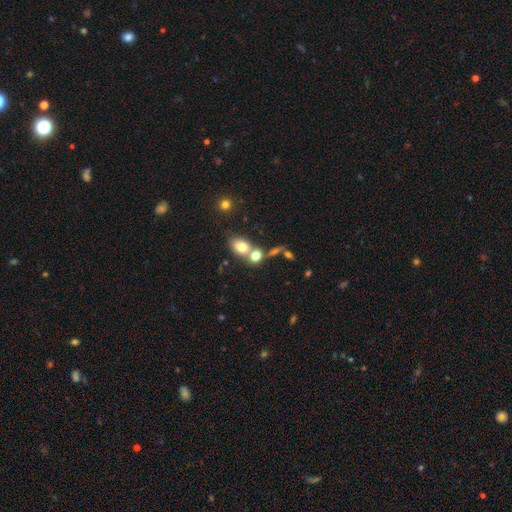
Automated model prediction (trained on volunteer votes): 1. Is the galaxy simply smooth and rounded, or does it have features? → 73% smooth, 15% featured or disk, 12% star or artifact.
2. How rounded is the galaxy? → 51% in between, 47% round, 2% cigar-shaped.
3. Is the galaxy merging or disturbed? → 51% merger, 36% none, 8% minor disturbance, 5% major disturbance.